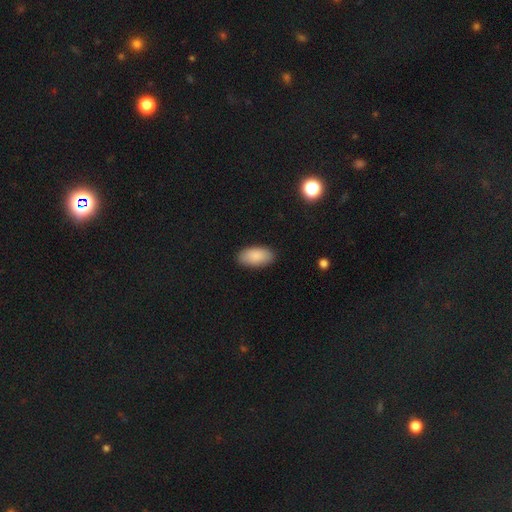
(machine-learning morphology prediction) Smooth or featured? Predicted: smooth (p=0.89). How rounded? Predicted: in between (p=0.95). Merging? Predicted: none (p=0.88).